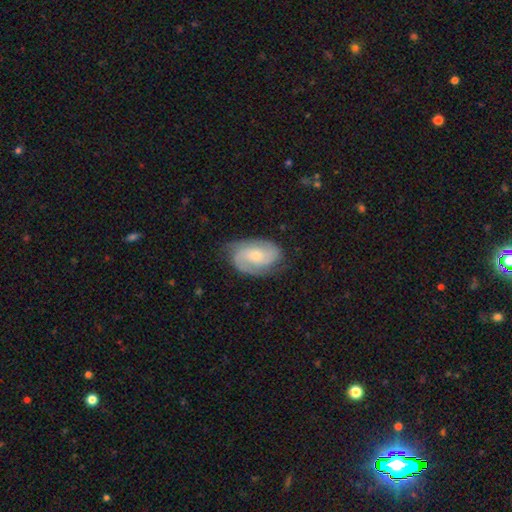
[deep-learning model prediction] A featured or disk galaxy (76%) with no bar (57%), 2 (75%) medium (44%) spiral arms (95%) and a moderate central bulge (45%).

Vote fractions:
- Smooth or featured? featured or disk: 76% / smooth: 18% / star or artifact: 6%
- Edge-on disk? no: 97% / yes: 3%
- Bar? no: 57% / weak: 35% / strong: 8%
- Spiral arms? yes: 95% / no: 5%
- Spiral winding? medium: 44% / tight: 39% / loose: 16%
- Spiral arm count? 2: 75% / can't tell: 11% / 3: 6% / 1: 4% / 4: 2% / more than 4: 2%
- Bulge size? moderate: 45% / small: 44% / large: 5% / none: 4% / dominant: 1%
- Merging? none: 72% / minor disturbance: 20% / major disturbance: 7% / merger: 1%